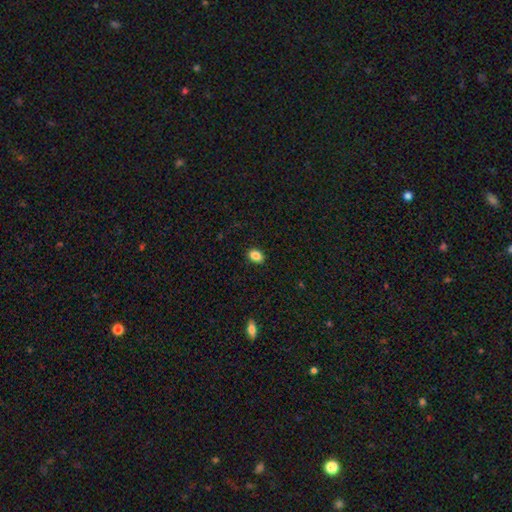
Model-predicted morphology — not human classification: A smooth galaxy with no disk features (86%) that is in between round and cigar-shaped (75%). Merging: none (89%).